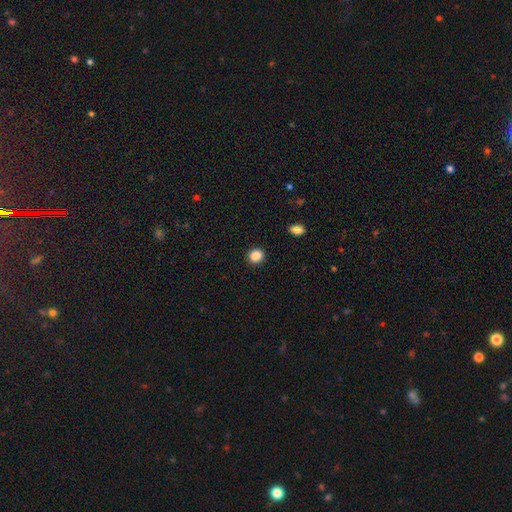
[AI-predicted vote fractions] A smooth galaxy with no disk features (87%) that is round (85%).

Vote fractions:
- Smooth or featured? smooth: 87% / star or artifact: 10% / featured or disk: 3%
- How rounded? round: 85% / in between: 14% / cigar-shaped: 1%
- Merging? none: 91% / minor disturbance: 6% / major disturbance: 2% / merger: 1%